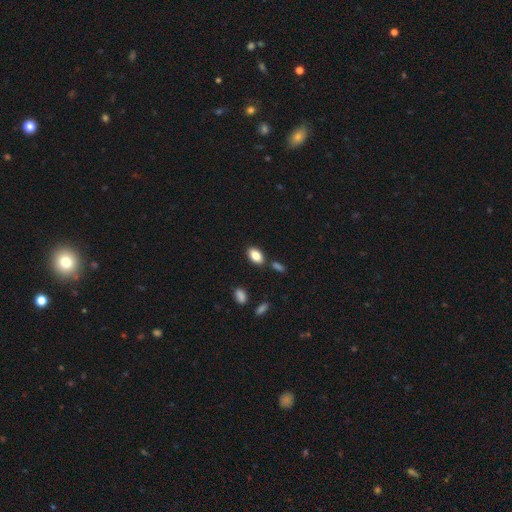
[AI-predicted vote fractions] Overall: smooth (85%). How rounded: in between (91%). Merging: none (81%).